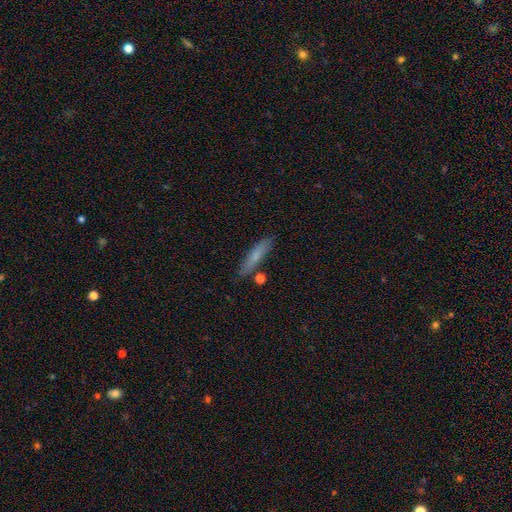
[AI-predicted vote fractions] This is likely a smooth galaxy (71%). How rounded: clearly cigar-shaped (87%). Merging: clearly none (81%).